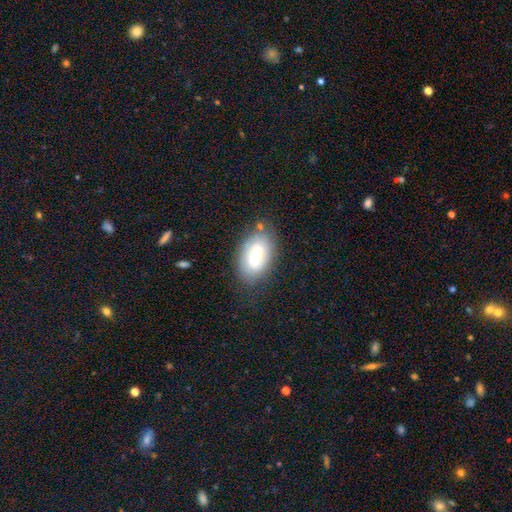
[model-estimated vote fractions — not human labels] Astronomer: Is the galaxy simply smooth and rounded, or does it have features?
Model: featured or disk — 51% (runner-up: smooth, 41%).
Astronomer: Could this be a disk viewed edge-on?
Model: no — 91%.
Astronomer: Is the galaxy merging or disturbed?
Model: none — 73%.